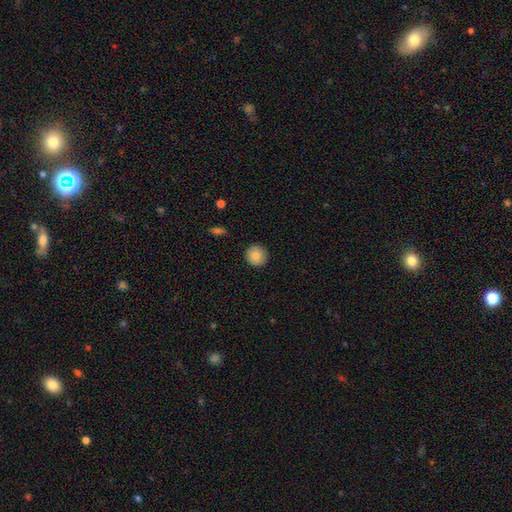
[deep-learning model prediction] smooth-or-featured: smooth: 85% | star or artifact: 8% | featured or disk: 8%
  how-rounded: round: 93% | in between: 6% | cigar-shaped: 1%
  merging: none: 91% | minor disturbance: 6% | major disturbance: 2% | merger: 1%